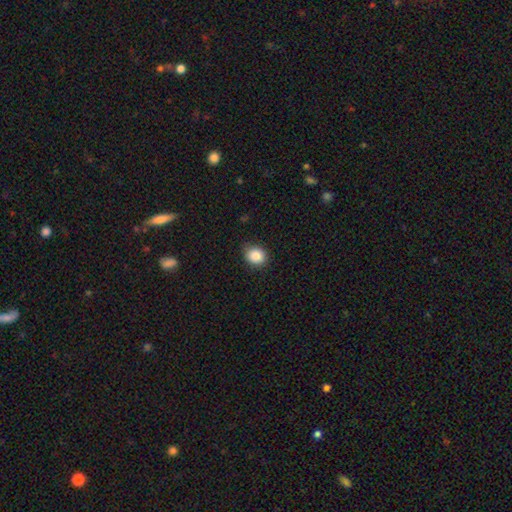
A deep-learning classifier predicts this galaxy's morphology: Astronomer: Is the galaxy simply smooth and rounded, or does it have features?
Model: smooth — 88%.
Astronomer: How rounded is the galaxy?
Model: round — 64%.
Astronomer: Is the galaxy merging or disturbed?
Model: none — 82%.